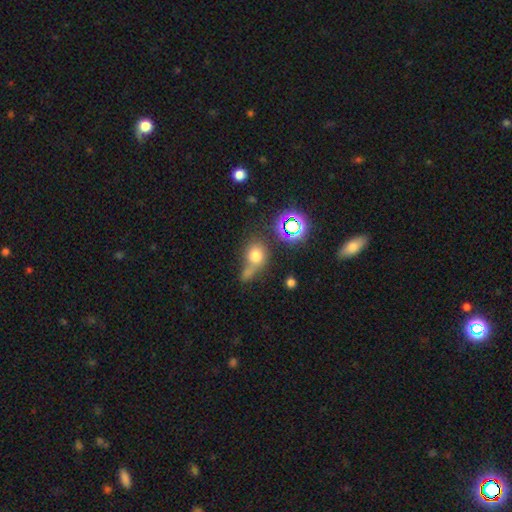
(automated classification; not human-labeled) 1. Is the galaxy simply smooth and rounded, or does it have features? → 68% smooth, 19% star or artifact, 12% featured or disk.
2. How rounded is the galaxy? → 65% round, 32% in between, 2% cigar-shaped.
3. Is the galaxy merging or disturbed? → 42% none, 33% merger, 15% minor disturbance, 11% major disturbance.